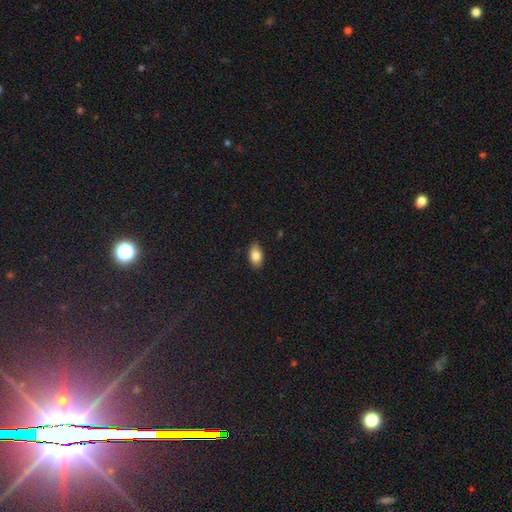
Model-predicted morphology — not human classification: Smooth or featured?
  - smooth: 83% *
  - featured or disk: 9%
  - star or artifact: 8%
How rounded?
  - in between: 91% *
  - round: 7%
  - cigar-shaped: 2%
Merging?
  - none: 85% *
  - minor disturbance: 12%
  - major disturbance: 2%
  - merger: 1%